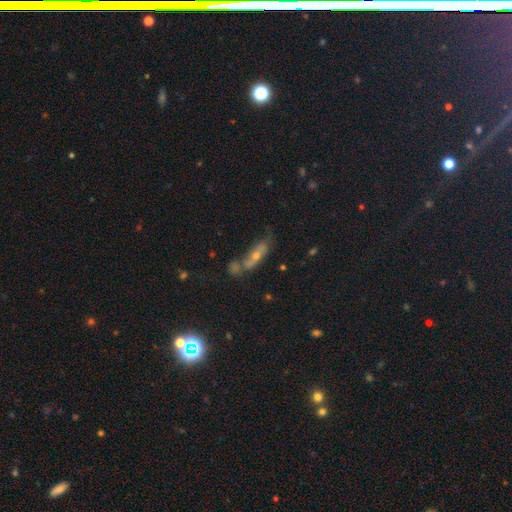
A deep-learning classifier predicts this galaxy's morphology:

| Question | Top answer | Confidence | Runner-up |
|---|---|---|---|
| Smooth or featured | featured or disk | 42% | smooth (39%) |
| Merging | none | 39% | merger (32%) |